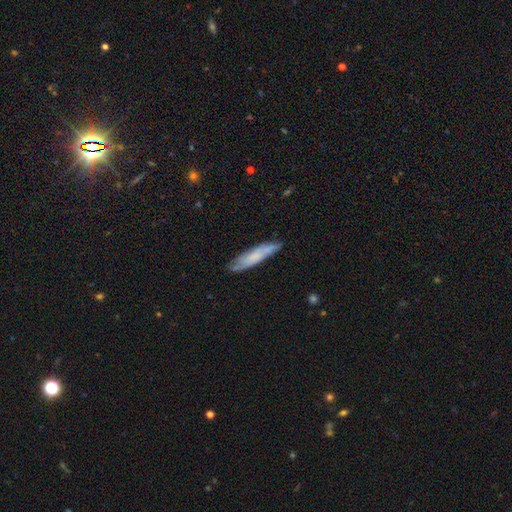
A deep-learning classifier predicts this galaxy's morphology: A smooth galaxy with no disk features (53%) that is cigar-shaped (83%). Merging: none (81%).